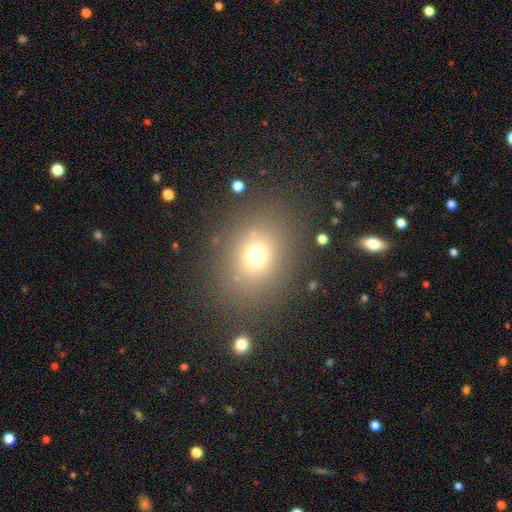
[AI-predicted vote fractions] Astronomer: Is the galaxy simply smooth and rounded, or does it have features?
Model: smooth — 69%.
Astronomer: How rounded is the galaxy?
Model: round — 58% (runner-up: in between, 41%).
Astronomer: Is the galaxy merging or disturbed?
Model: none — 82%.